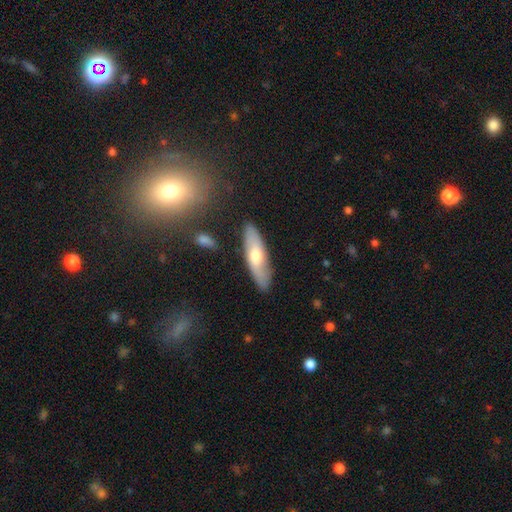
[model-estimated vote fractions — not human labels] Morphology: type=smooth (52%); roundness=cigar-shaped (57%); merging=none (84%).